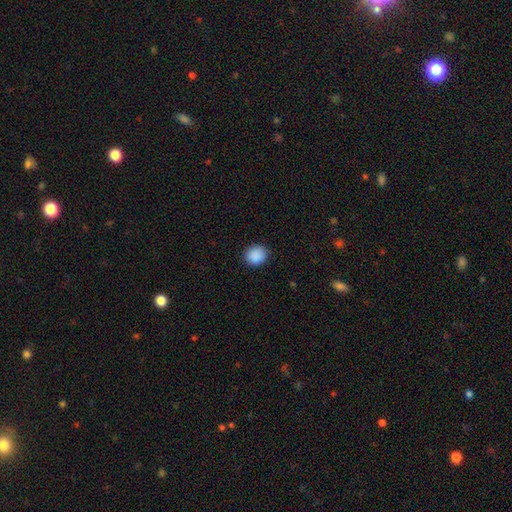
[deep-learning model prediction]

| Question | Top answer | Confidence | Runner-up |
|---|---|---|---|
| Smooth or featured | smooth | 90% | star or artifact (8%) |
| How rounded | round | 73% | in between (27%) |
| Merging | none | 88% | minor disturbance (9%) |